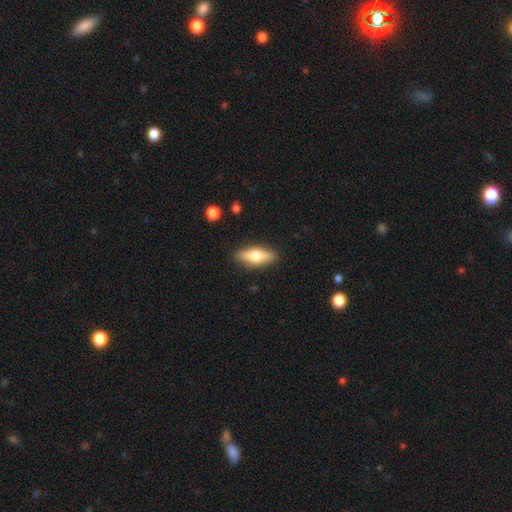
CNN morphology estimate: This appears to be a smooth galaxy with no disk features (51%) that is in between round and cigar-shaped (57%). Merging: none (88%).